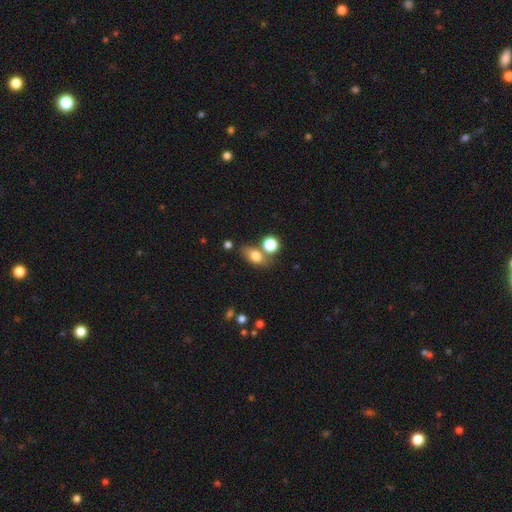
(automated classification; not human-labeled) Smooth or featured? smooth (77%)
How rounded? in between (73%)
Merging? none (54%)